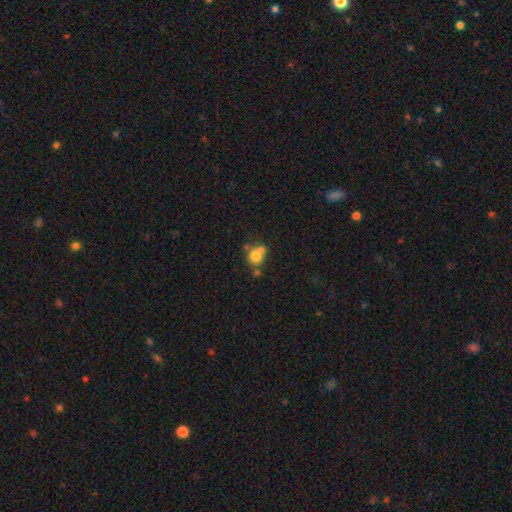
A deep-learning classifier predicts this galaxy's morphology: Overall: smooth (73%). How rounded: round (77%). Merging: merger (43%; none 40%).